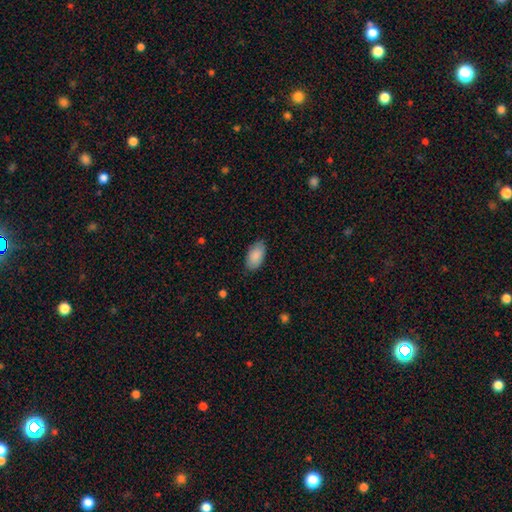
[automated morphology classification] Smooth or featured: smooth — 88% (featured or disk — 6%)
How rounded: in between — 95% (round — 3%)
Merging: none — 84% (minor disturbance — 12%)